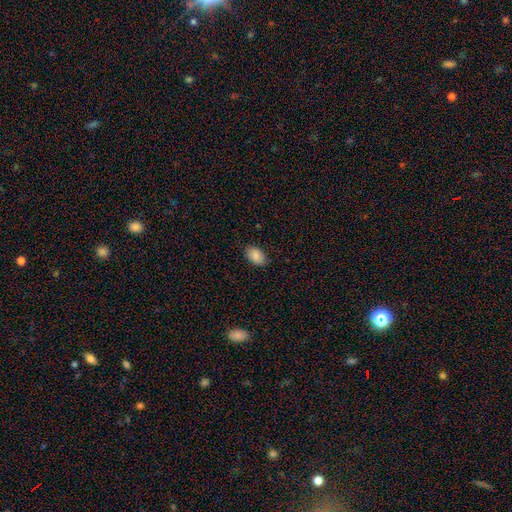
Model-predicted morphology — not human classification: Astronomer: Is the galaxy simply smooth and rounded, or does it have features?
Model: smooth — 87%.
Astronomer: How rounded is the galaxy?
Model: in between — 89%.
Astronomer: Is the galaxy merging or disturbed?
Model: none — 85%.